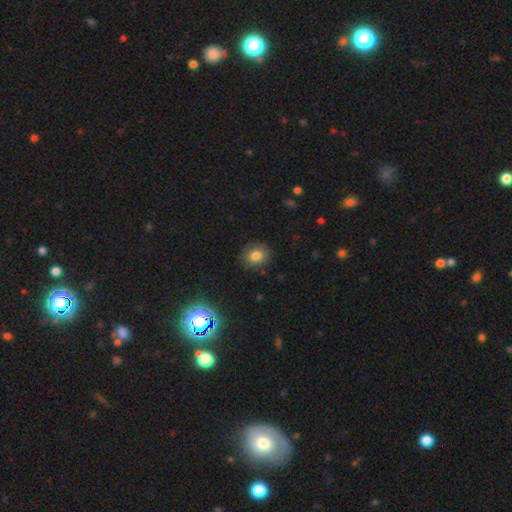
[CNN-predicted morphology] Smooth or featured? Predicted: smooth (p=0.78). How rounded? Predicted: round (p=0.69). Merging? Predicted: none (p=0.86).